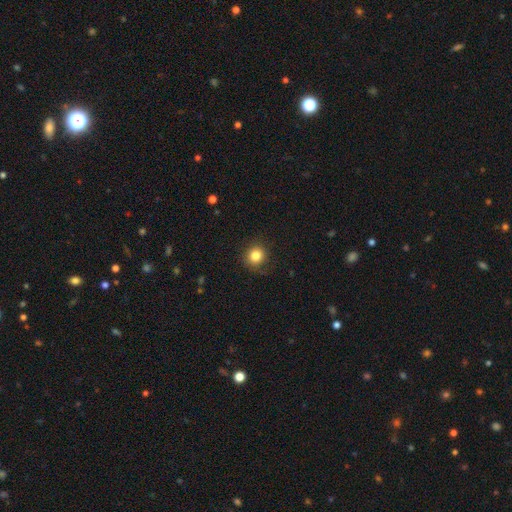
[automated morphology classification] Smooth or featured? smooth (83%)
How rounded? round (91%)
Merging? none (87%)